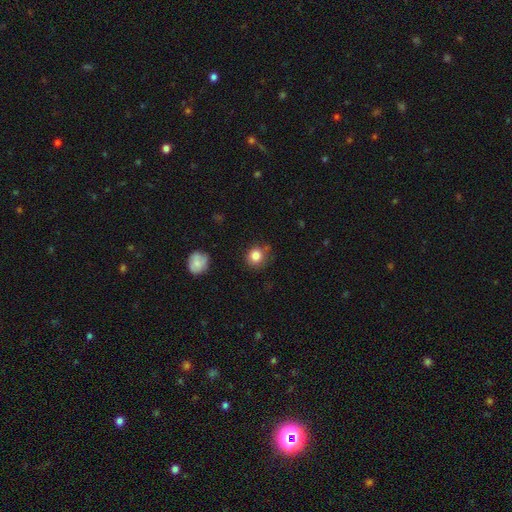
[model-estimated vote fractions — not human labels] Smooth or featured? smooth (84%)
How rounded? round (87%)
Merging? none (79%)